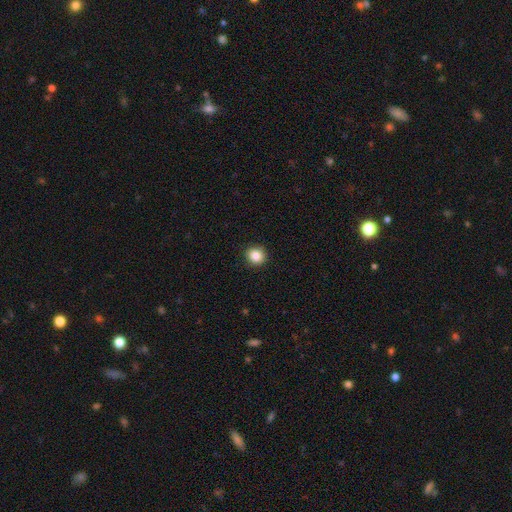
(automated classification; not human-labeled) Smooth or featured? smooth (86%)
How rounded? round (89%)
Merging? none (92%)